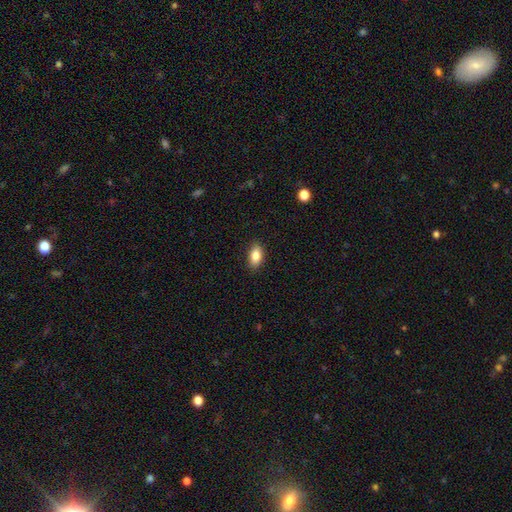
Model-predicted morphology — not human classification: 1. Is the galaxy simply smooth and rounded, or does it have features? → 86% smooth, 7% star or artifact, 7% featured or disk.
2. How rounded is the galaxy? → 91% in between, 5% round, 4% cigar-shaped.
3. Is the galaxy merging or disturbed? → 89% none, 8% minor disturbance, 2% major disturbance, 1% merger.